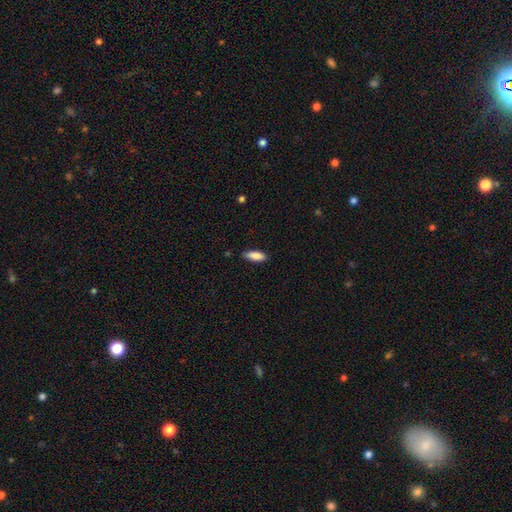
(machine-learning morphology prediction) smooth-or-featured: smooth: 87% | featured or disk: 7% | star or artifact: 6%
  how-rounded: in between: 66% | cigar-shaped: 33% | round: 2%
  merging: none: 81% | minor disturbance: 15% | major disturbance: 2% | merger: 1%